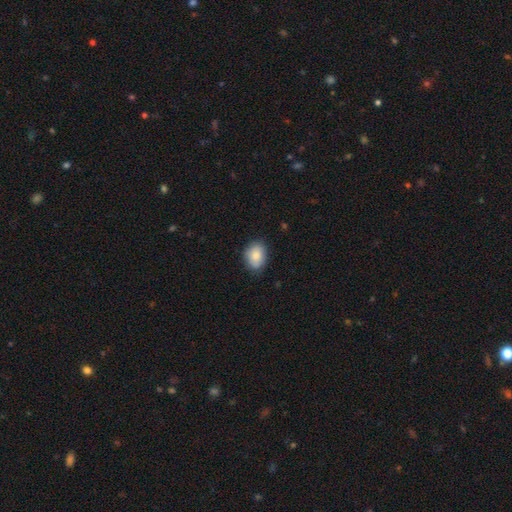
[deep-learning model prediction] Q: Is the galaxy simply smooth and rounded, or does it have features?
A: smooth — 86%.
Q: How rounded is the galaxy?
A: in between — 72%.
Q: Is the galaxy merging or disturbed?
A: none — 82%.